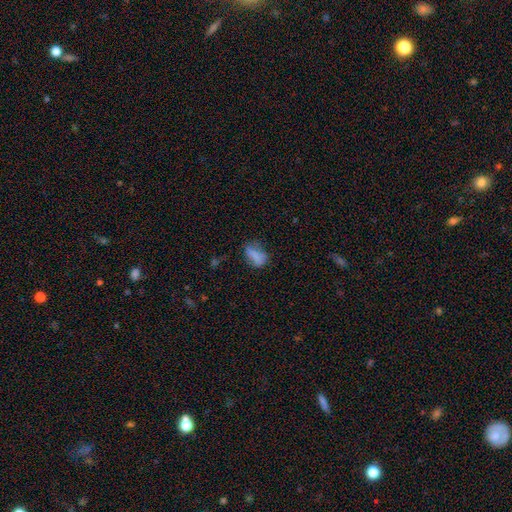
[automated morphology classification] Smooth or featured: smooth — 71% (featured or disk — 18%)
How rounded: in between — 83% (round — 11%)
Merging: none — 52% (minor disturbance — 29%)